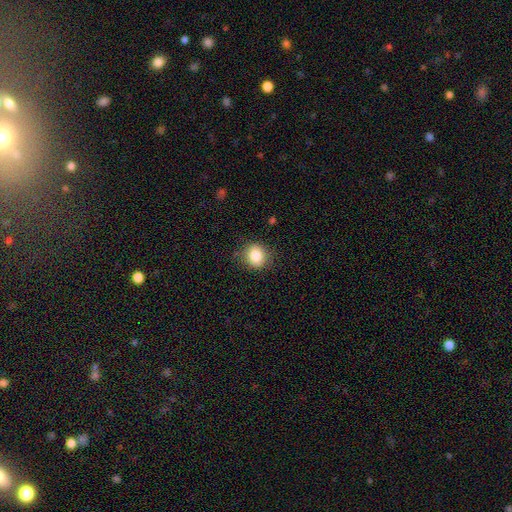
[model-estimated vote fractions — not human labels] The model was most divided on "how rounded": round: 75%, in between: 24%, cigar-shaped: 1%. More confident: smooth or featured — smooth (84%); merging — none (83%).